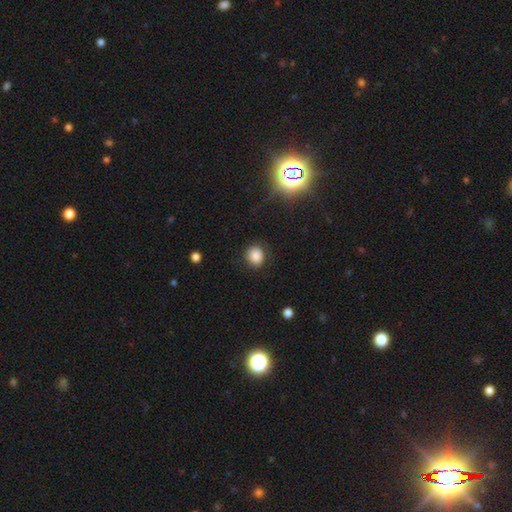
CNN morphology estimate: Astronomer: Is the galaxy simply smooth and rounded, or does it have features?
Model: smooth — 84%.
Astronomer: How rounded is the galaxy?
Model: round — 77%.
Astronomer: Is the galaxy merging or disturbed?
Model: none — 84%.